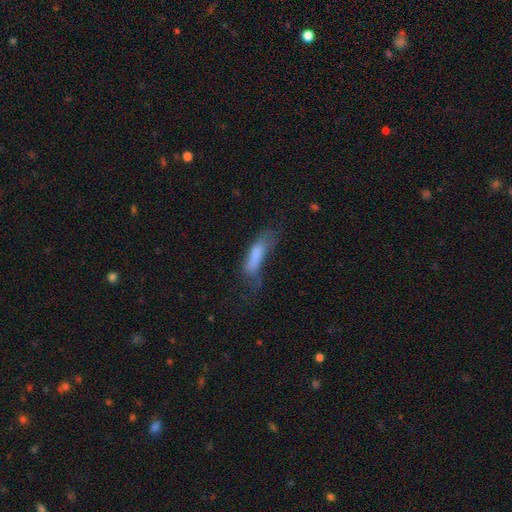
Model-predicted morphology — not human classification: A smooth galaxy with no disk features (68%) that is cigar-shaped (56%). Merging: major disturbance (42%).